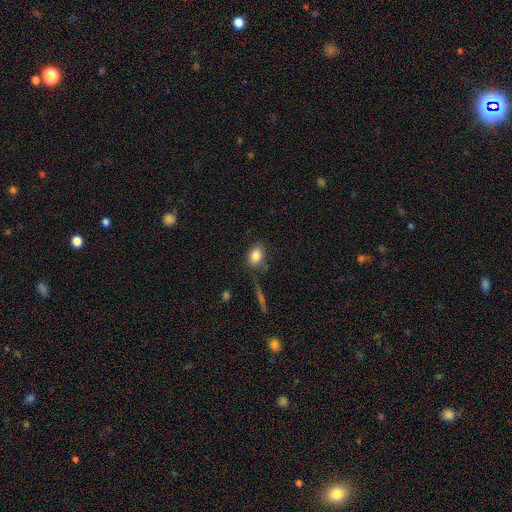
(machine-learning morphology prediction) This appears to be a smooth galaxy with no disk features (84%) that is in between round and cigar-shaped (72%). Merging: none (77%).